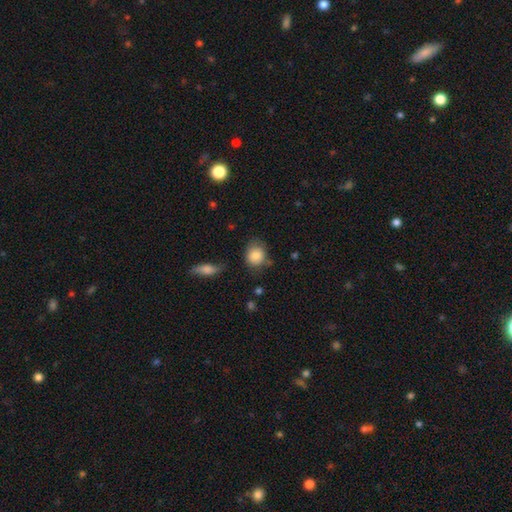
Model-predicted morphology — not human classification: This is clearly a smooth galaxy (85%). How rounded: likely round (60%). Merging: likely none (64%).